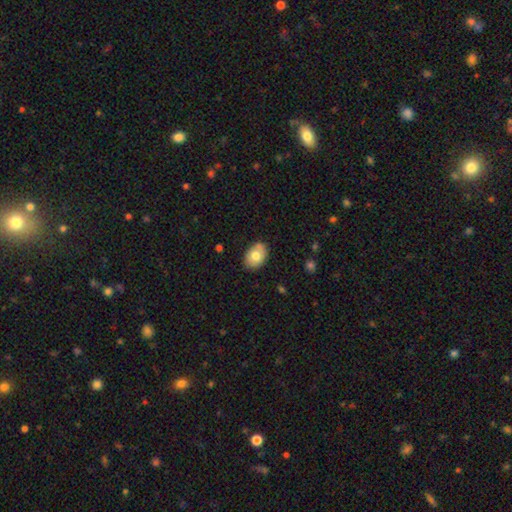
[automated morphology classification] Q: Smooth or featured?
A: smooth (76%); runner-up: featured or disk (17%)
Q: How rounded?
A: in between (83%); runner-up: round (16%)
Q: Merging?
A: none (76%); runner-up: minor disturbance (17%)